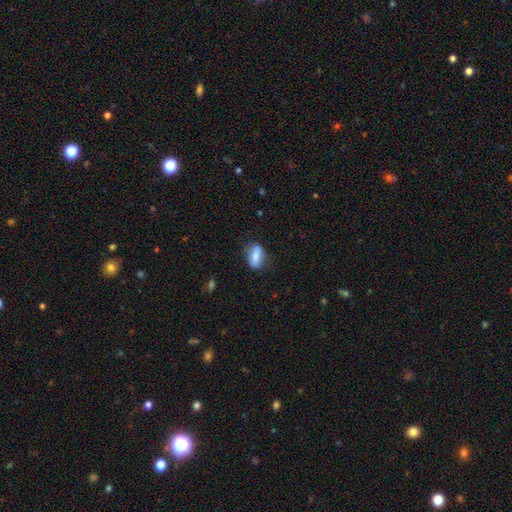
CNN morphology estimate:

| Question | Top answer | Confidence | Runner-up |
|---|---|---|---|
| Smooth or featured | smooth | 63% | featured or disk (30%) |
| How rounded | in between | 78% | cigar-shaped (14%) |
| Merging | none | 72% | minor disturbance (20%) |